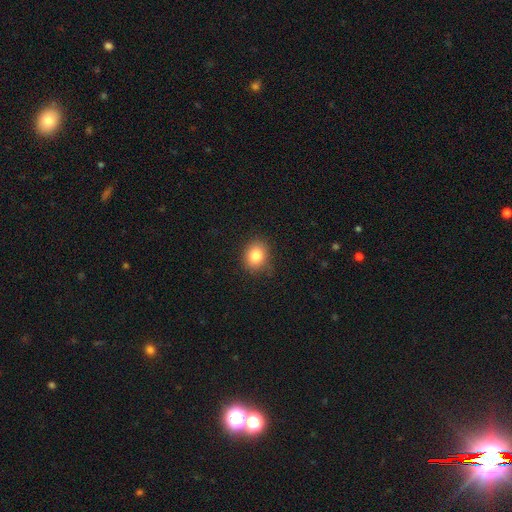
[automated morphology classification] The model was most divided on "how rounded": round: 58%, in between: 41%, cigar-shaped: 1%. More confident: smooth or featured — smooth (84%); merging — none (79%).